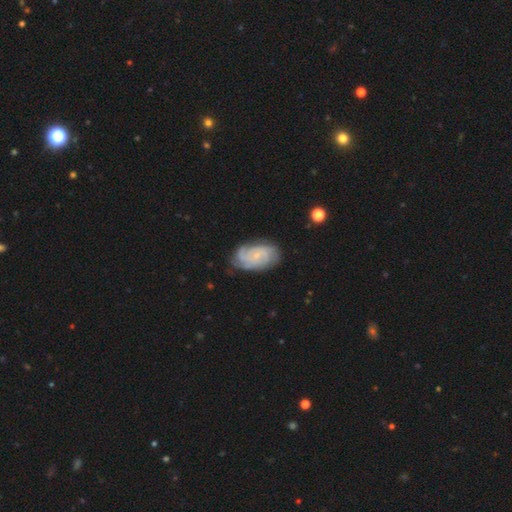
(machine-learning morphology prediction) This appears to be a featured or disk galaxy (82%) with no bar (68%), 3 (28%) tight (61%) spiral arms (97%) and a small central bulge (77%). Merging: none (74%).